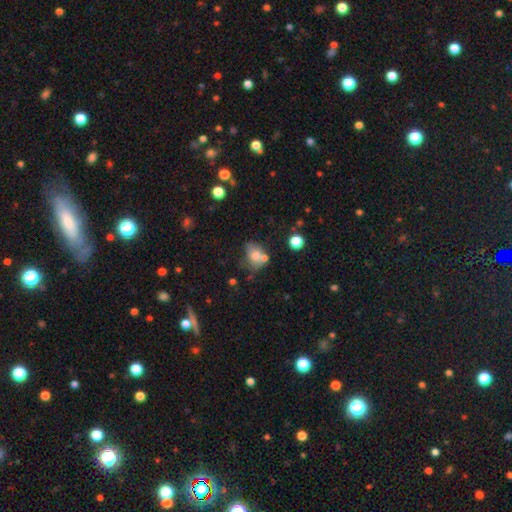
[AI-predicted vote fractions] Smooth or featured: smooth — 69% (featured or disk — 19%)
How rounded: in between — 56% (round — 43%)
Merging: none — 37% (merger — 31%)